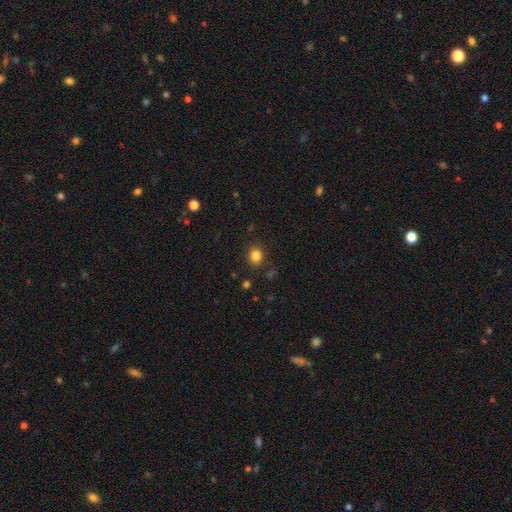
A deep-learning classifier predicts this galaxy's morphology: A smooth galaxy with no disk features (83%) that is round (71%). Merging: none (87%).